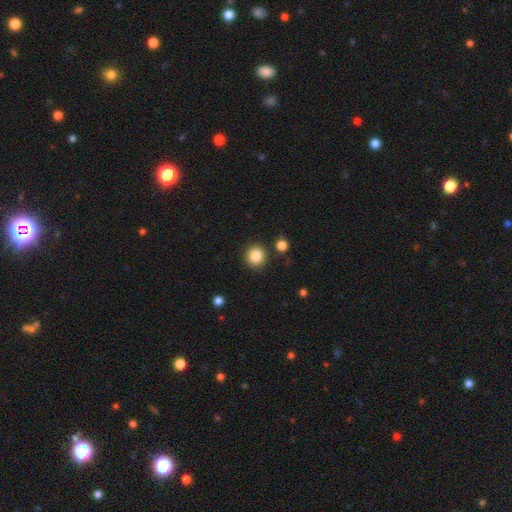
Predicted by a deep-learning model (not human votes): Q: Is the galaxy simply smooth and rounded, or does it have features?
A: smooth — 87%.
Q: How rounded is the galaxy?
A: round — 86%.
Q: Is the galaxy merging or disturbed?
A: none — 87%.